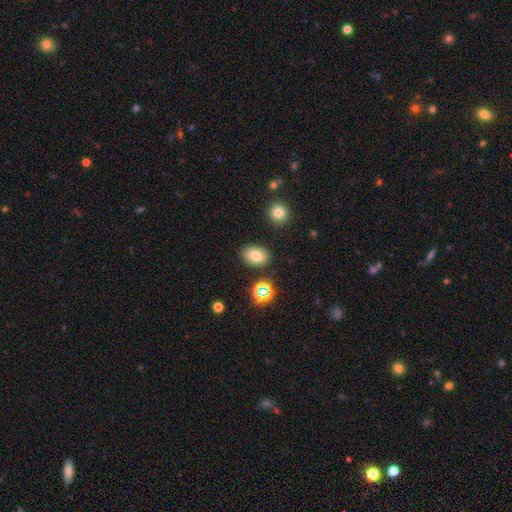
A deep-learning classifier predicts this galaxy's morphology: type=smooth (77%); roundness=in between (74%); merging=none (85%).